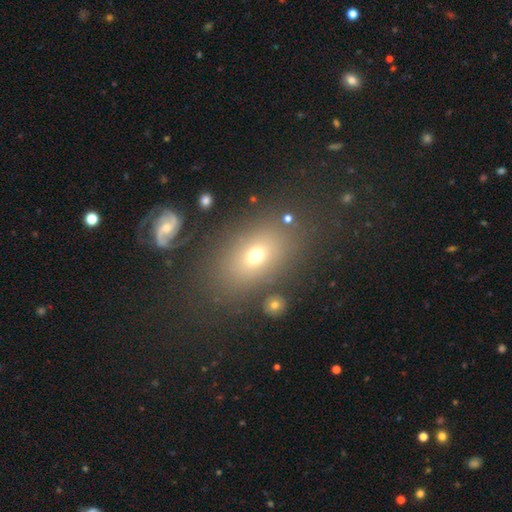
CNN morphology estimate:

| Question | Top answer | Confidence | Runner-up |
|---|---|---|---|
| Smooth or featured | smooth | 67% | featured or disk (17%) |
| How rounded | in between | 74% | round (24%) |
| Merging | none | 78% | minor disturbance (11%) |